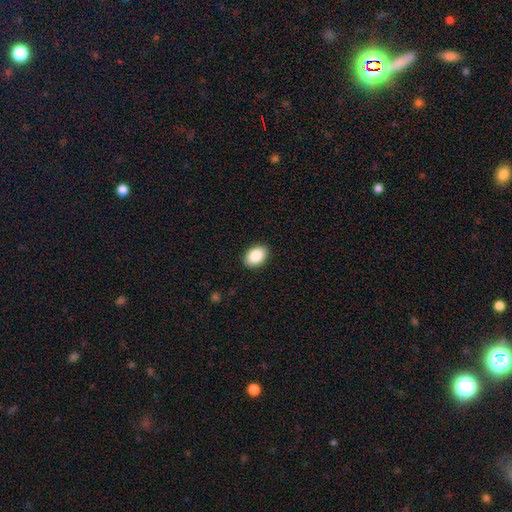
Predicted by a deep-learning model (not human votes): A smooth galaxy with no disk features (86%) that is in between round and cigar-shaped (85%). Merging: none (90%).